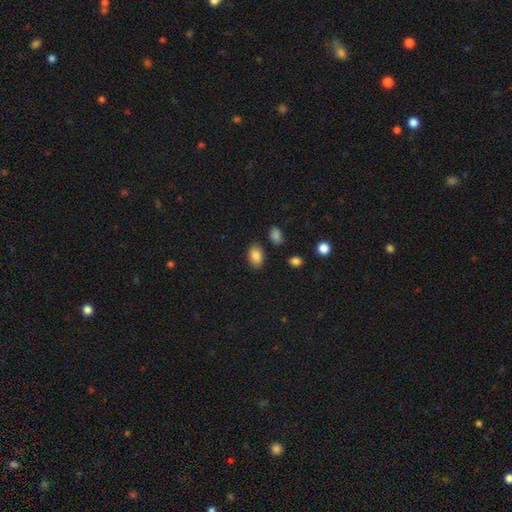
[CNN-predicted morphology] This appears to be a smooth galaxy with no disk features (86%) that is in between round and cigar-shaped (86%). Merging: none (83%).